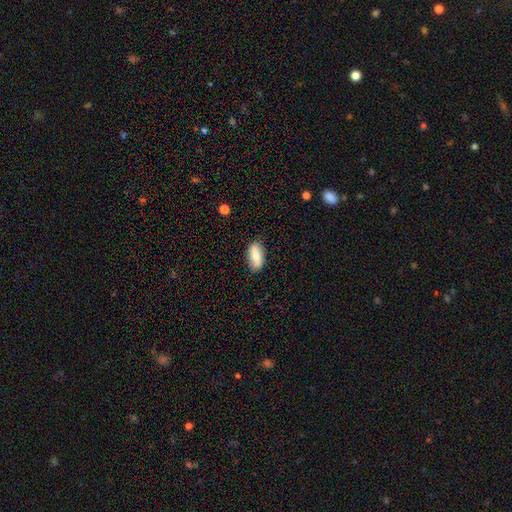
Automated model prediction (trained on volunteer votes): Smooth or featured: smooth — 74% (featured or disk — 19%)
How rounded: in between — 86% (cigar-shaped — 11%)
Merging: none — 83% (minor disturbance — 13%)